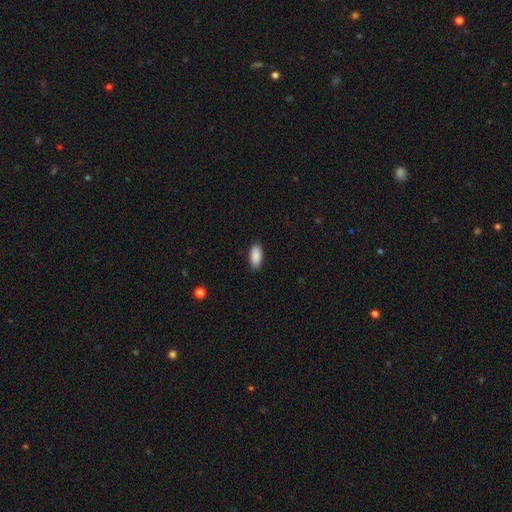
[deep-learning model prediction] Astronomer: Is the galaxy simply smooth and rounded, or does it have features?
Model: smooth — 90%.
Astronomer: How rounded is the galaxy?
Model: in between — 90%.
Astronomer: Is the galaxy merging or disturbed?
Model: none — 87%.